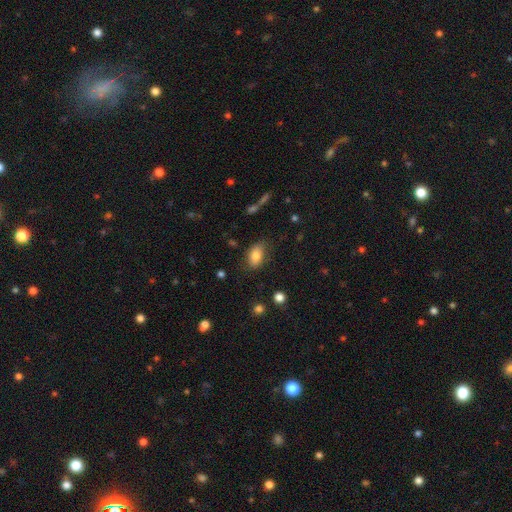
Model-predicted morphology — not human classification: This is likely a smooth galaxy (79%). How rounded: clearly in between (89%). Merging: likely none (73%).